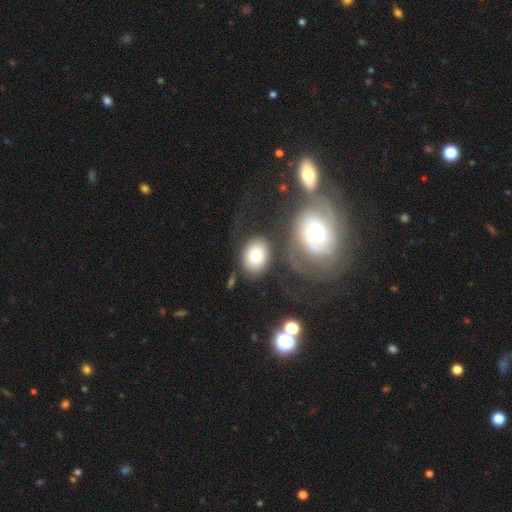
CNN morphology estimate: Q: Smooth or featured?
A: smooth (74%); runner-up: featured or disk (18%)
Q: How rounded?
A: in between (67%); runner-up: round (32%)
Q: Merging?
A: none (66%); runner-up: minor disturbance (14%)